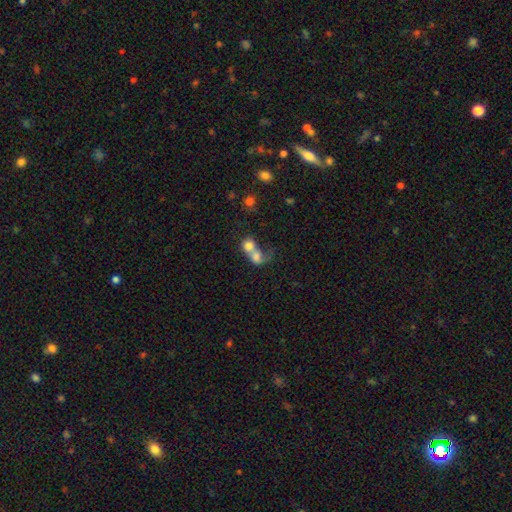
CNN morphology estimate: type=smooth (69%); roundness=round (61%); merging=merger (75%).